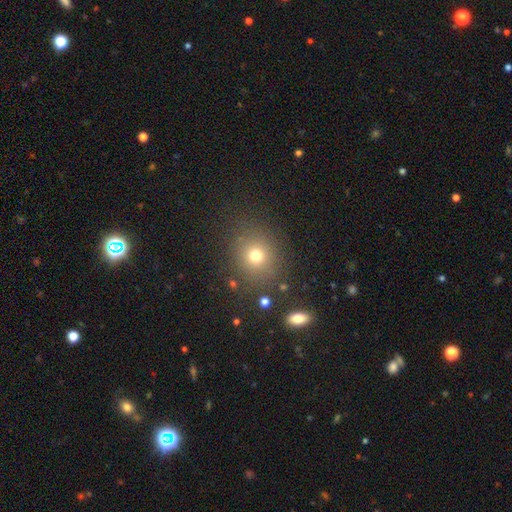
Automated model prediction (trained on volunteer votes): Smooth or featured? smooth (73%)
How rounded? round (82%)
Merging? none (83%)